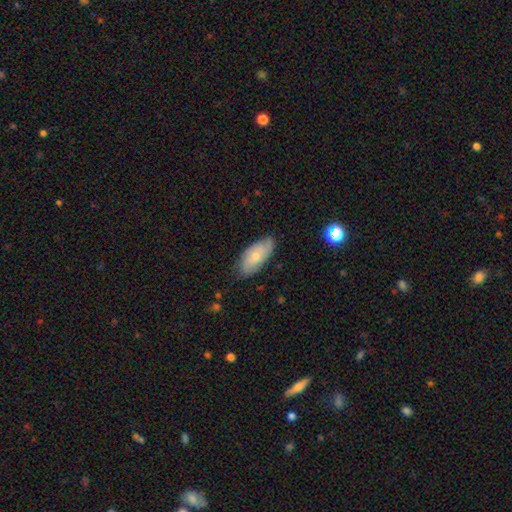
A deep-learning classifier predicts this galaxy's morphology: type=smooth (62%); roundness=in between (89%); merging=none (75%).